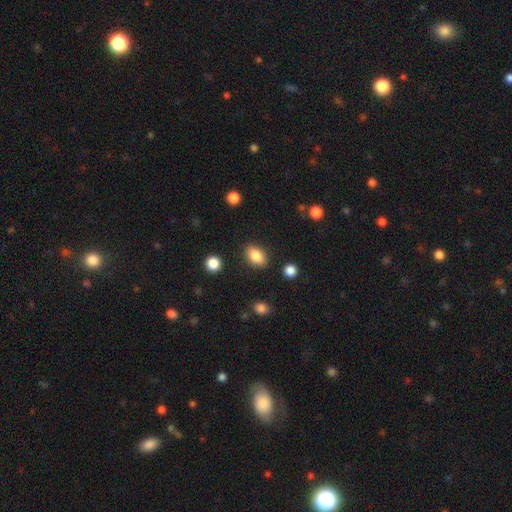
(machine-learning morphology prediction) smooth-or-featured: smooth: 86% | star or artifact: 8% | featured or disk: 6%
  how-rounded: in between: 86% | round: 12% | cigar-shaped: 2%
  merging: none: 85% | minor disturbance: 10% | major disturbance: 3% | merger: 2%